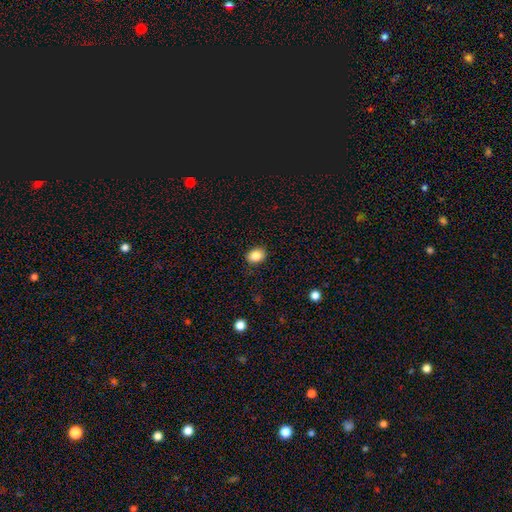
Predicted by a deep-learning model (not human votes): Morphology: type=smooth (86%); roundness=in between (62%); merging=none (88%).